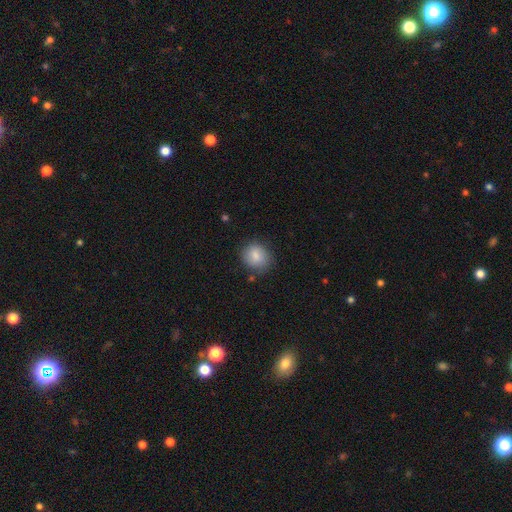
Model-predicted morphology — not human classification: Q: Smooth or featured?
A: smooth (83%); runner-up: featured or disk (9%)
Q: How rounded?
A: round (71%); runner-up: in between (28%)
Q: Merging?
A: none (77%); runner-up: minor disturbance (17%)